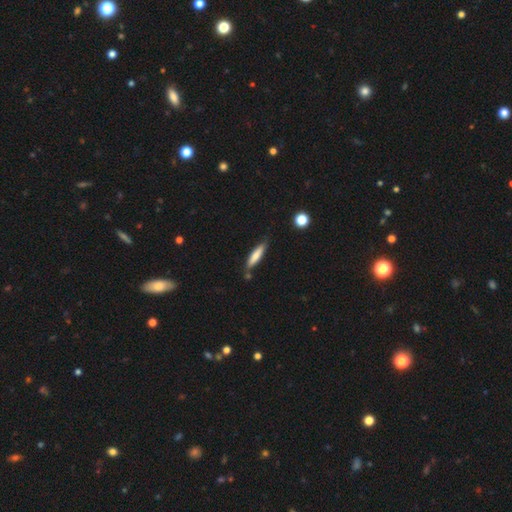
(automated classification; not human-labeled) Morphology: type=smooth (72%); roundness=cigar-shaped (81%); merging=none (75%).